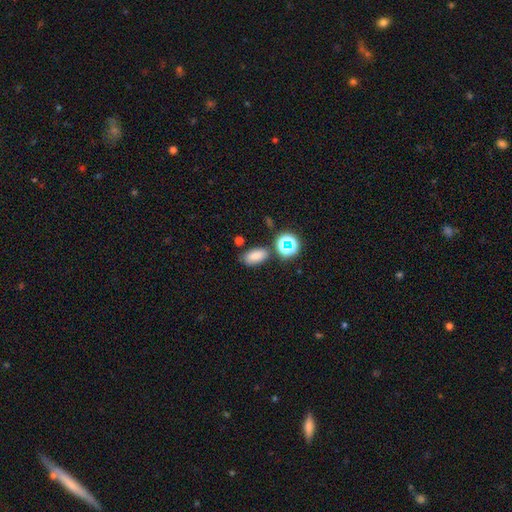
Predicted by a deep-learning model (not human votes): Overall: smooth (77%). How rounded: in between (87%). Merging: none (75%).